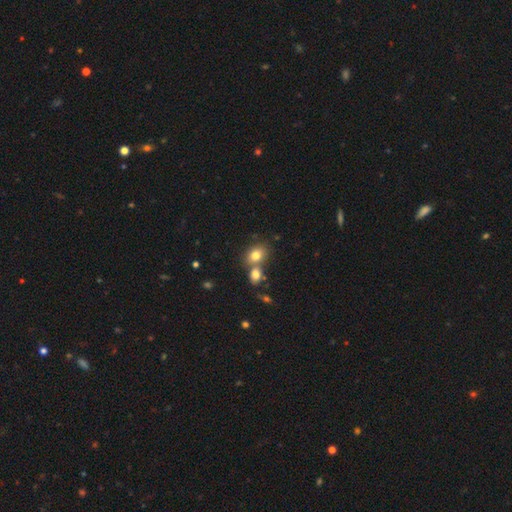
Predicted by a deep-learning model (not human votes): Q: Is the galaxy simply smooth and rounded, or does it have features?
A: smooth — 79%.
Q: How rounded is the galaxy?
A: in between — 64%.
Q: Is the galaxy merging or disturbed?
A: none — 46%.